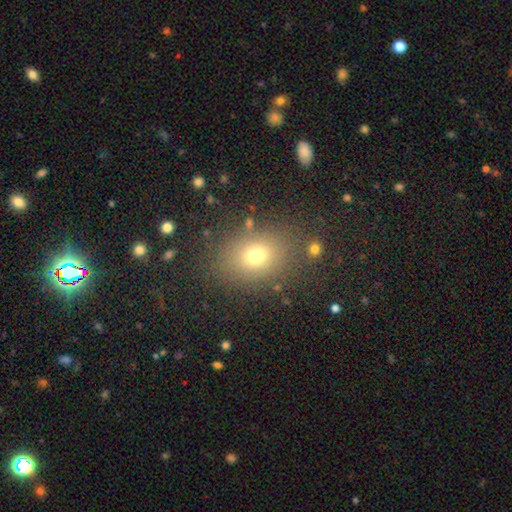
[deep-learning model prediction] The model was most divided on "how rounded": in between: 60%, round: 39%, cigar-shaped: 1%. More confident: merging — none (81%); smooth or featured — smooth (71%).